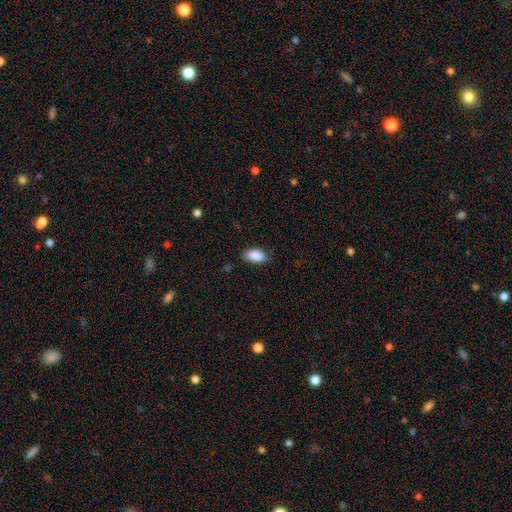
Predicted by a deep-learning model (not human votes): smooth 89%, star or artifact 7%, featured or disk 5%. Down the decision tree: how rounded — in between (93%); merging — none (70%).